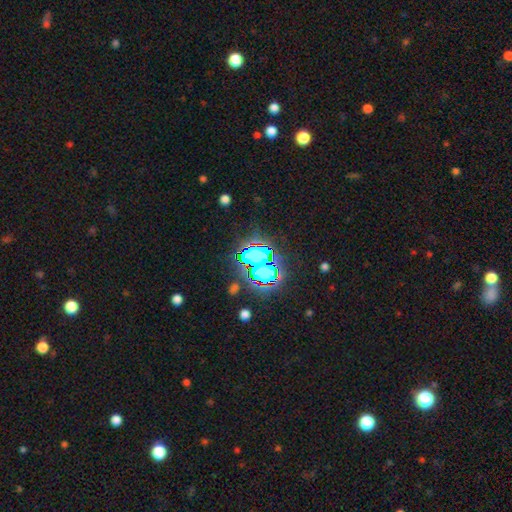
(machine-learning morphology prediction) smooth-or-featured: star or artifact: 63% | smooth: 23% | featured or disk: 14%